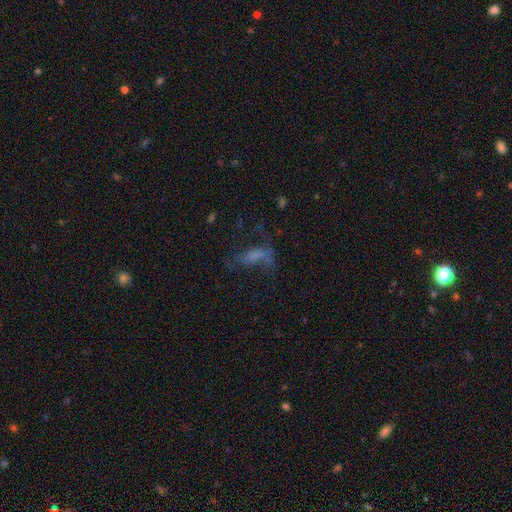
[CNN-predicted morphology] Smooth or featured? smooth (43%)
Merging? major disturbance (38%)